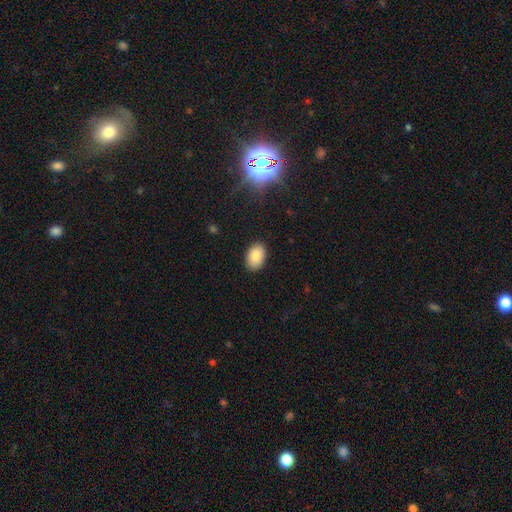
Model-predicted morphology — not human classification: smooth-or-featured: smooth: 87% | star or artifact: 7% | featured or disk: 6%
  how-rounded: in between: 88% | round: 11% | cigar-shaped: 1%
  merging: none: 87% | minor disturbance: 10% | major disturbance: 2% | merger: 1%